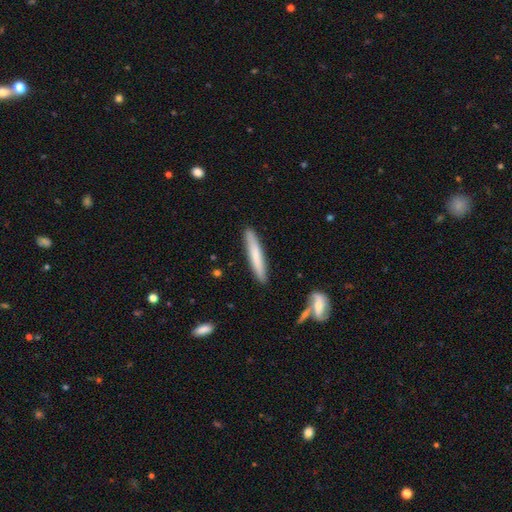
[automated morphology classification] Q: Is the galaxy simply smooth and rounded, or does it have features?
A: smooth — 69%.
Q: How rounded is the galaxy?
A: cigar-shaped — 94%.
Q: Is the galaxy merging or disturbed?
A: none — 89%.